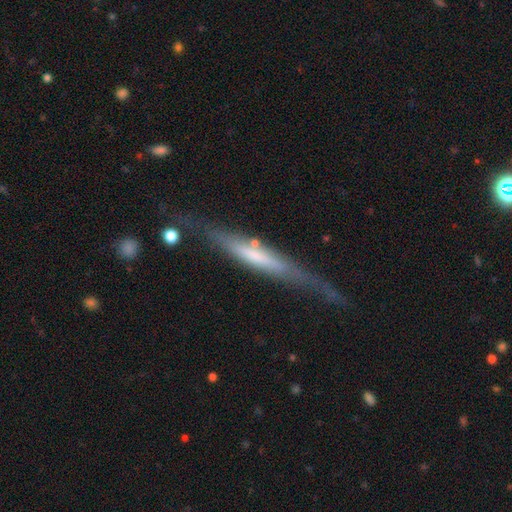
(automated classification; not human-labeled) The model was most divided on "edge-on bulge": none: 51%, boxy: 25%, rounded: 24%. More confident: edge-on disk — yes (91%); merging — none (66%); smooth or featured — featured or disk (63%).